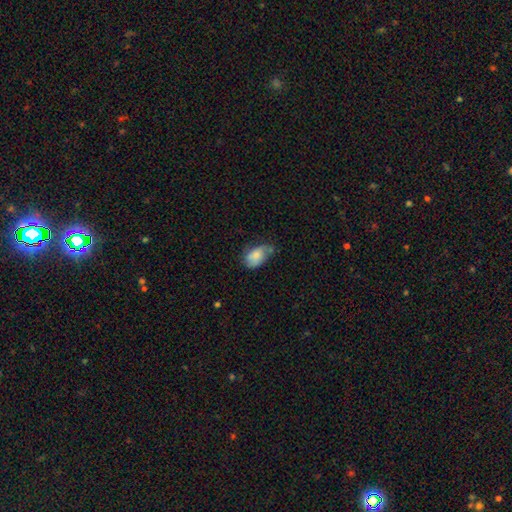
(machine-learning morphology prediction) Overall: smooth (75%). How rounded: in between (89%). Merging: none (41%, tied with minor disturbance).